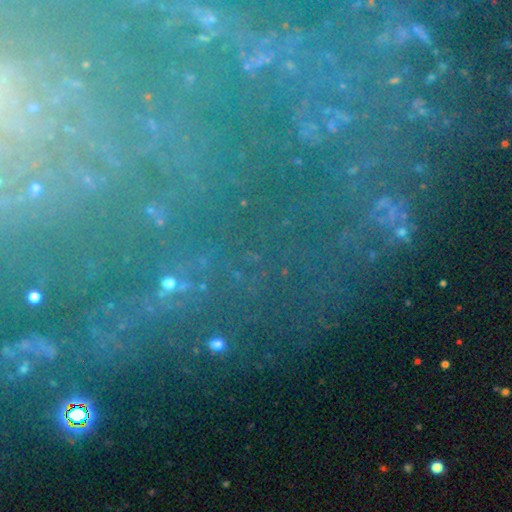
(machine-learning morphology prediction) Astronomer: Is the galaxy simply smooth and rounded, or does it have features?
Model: star or artifact — 54% (runner-up: featured or disk, 31%).